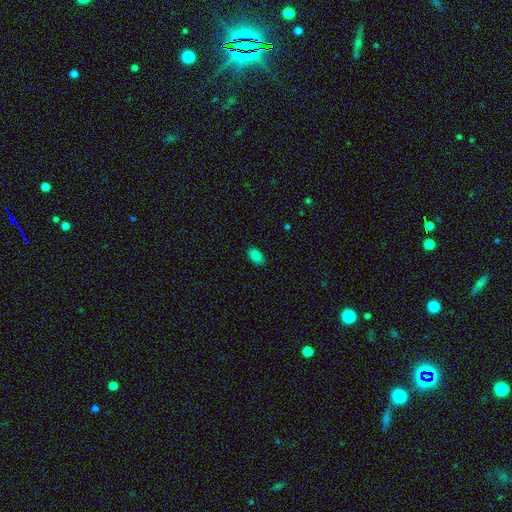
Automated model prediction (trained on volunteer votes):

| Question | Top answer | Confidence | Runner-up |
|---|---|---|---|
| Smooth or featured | smooth | 86% | star or artifact (11%) |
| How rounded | in between | 92% | round (6%) |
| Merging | none | 87% | minor disturbance (10%) |